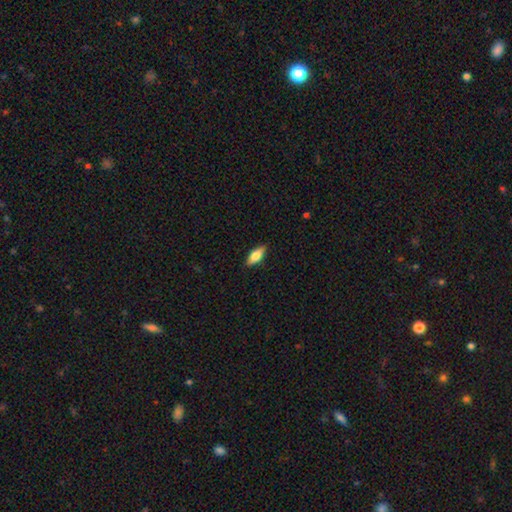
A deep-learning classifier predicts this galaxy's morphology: smooth-or-featured: smooth: 69% | featured or disk: 24% | star or artifact: 6%
  how-rounded: in between: 75% | cigar-shaped: 23% | round: 3%
  merging: none: 88% | minor disturbance: 10% | major disturbance: 2% | merger: 1%